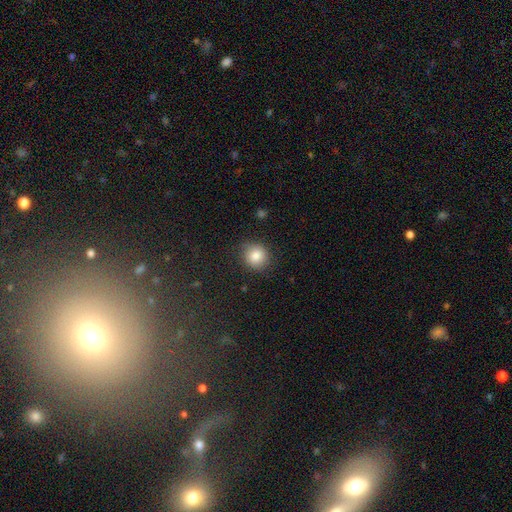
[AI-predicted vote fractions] Smooth or featured?
  - smooth: 84% *
  - star or artifact: 9%
  - featured or disk: 6%
How rounded?
  - round: 86% *
  - in between: 13%
  - cigar-shaped: 1%
Merging?
  - none: 83% *
  - minor disturbance: 12%
  - major disturbance: 3%
  - merger: 1%